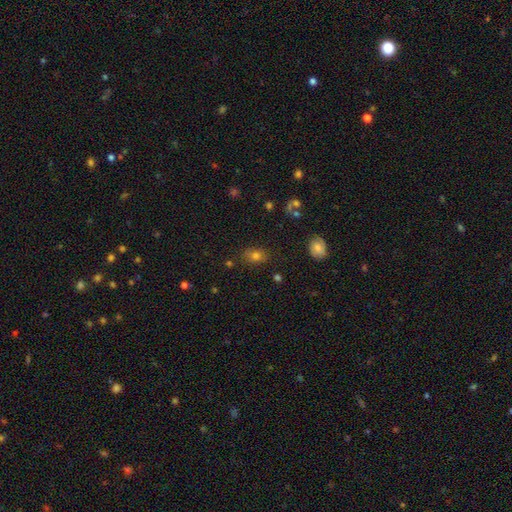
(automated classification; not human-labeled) The model was most divided on "how rounded": in between: 70%, round: 28%, cigar-shaped: 2%. More confident: merging — none (81%); smooth or featured — smooth (74%).